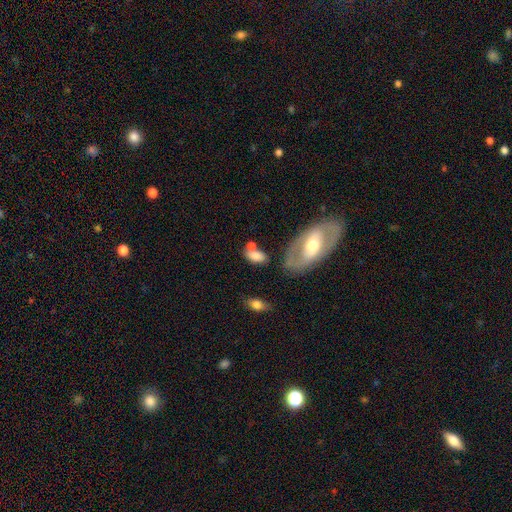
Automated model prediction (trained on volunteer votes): Q: Smooth or featured?
A: smooth (71%); runner-up: featured or disk (20%)
Q: How rounded?
A: in between (87%); runner-up: round (9%)
Q: Merging?
A: none (42%); runner-up: merger (28%)